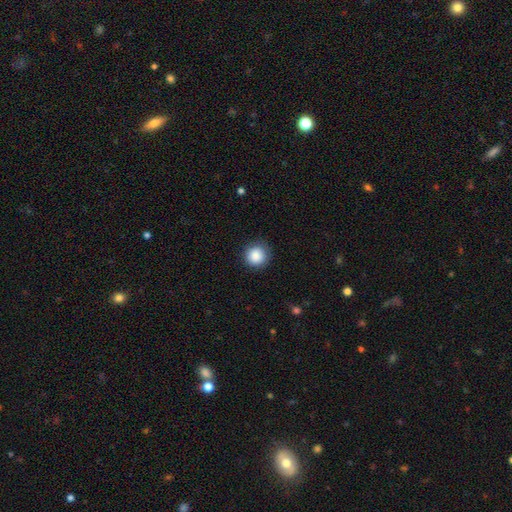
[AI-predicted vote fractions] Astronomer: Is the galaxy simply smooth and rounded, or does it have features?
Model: smooth — 88%.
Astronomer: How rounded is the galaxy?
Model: round — 94%.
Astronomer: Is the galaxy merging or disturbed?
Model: none — 85%.